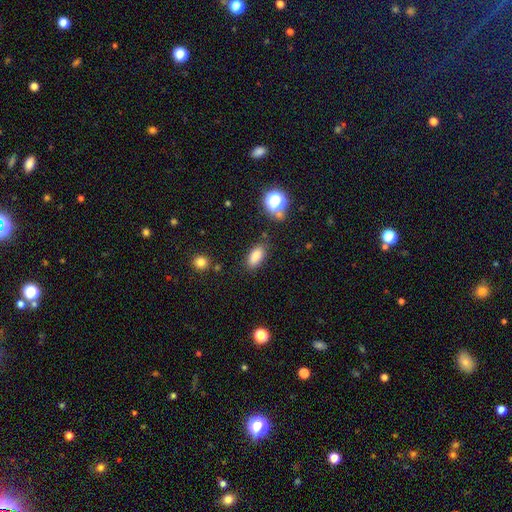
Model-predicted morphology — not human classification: Smooth or featured: smooth — 82% (star or artifact — 11%)
How rounded: in between — 85% (cigar-shaped — 10%)
Merging: none — 82% (minor disturbance — 12%)